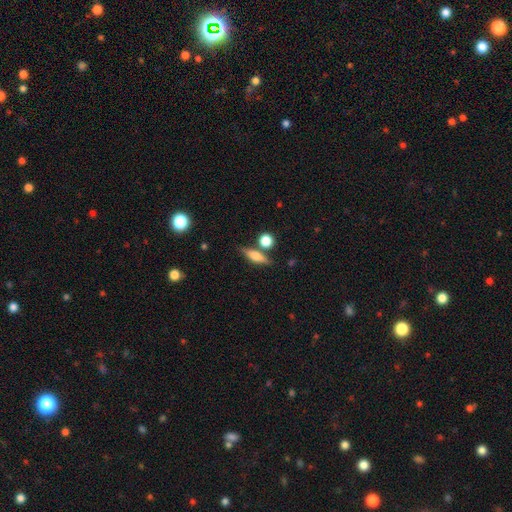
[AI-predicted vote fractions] Q: Smooth or featured?
A: smooth (49%); runner-up: featured or disk (42%)
Q: Merging?
A: none (74%); runner-up: minor disturbance (11%)